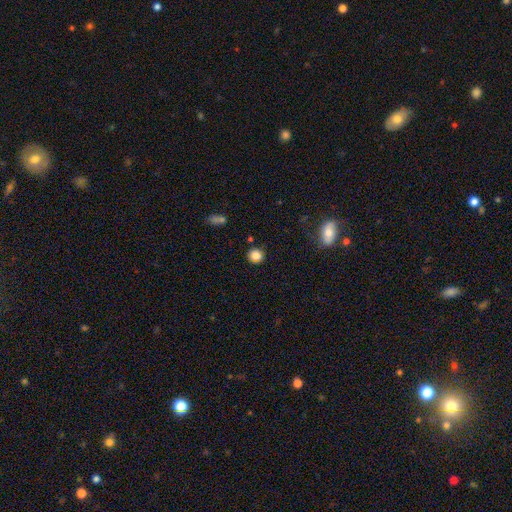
Q: Smooth or featured?
A: smooth (89%); runner-up: star or artifact (8%)
Q: How rounded?
A: round (97%); runner-up: in between (3%)
Q: Merging?
A: none (88%); runner-up: minor disturbance (9%)